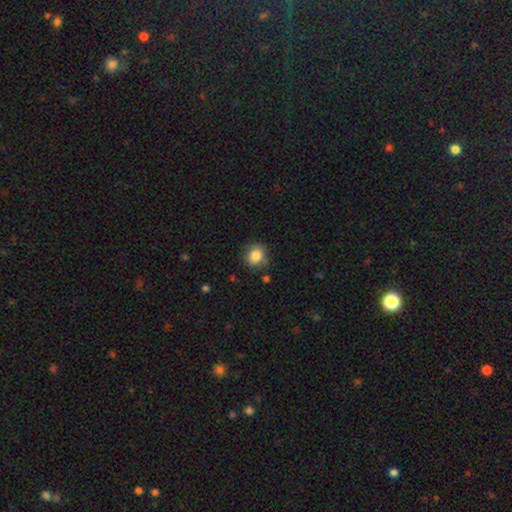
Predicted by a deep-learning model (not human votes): smooth-or-featured: smooth: 86% | star or artifact: 9% | featured or disk: 5%
  how-rounded: round: 70% | in between: 29% | cigar-shaped: 1%
  merging: none: 81% | minor disturbance: 13% | major disturbance: 3% | merger: 3%